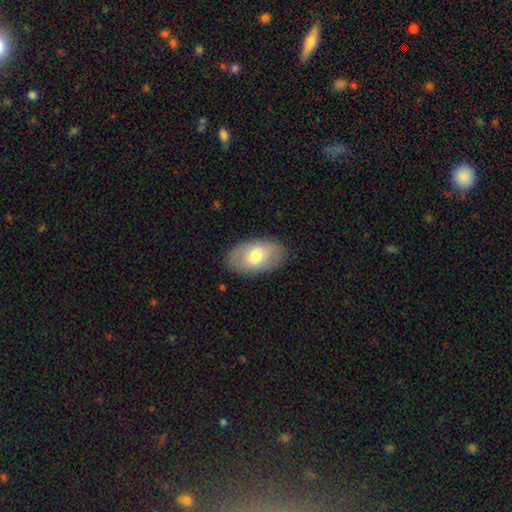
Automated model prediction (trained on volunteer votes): This appears to be a smooth galaxy with no disk features (63%) that is in between round and cigar-shaped (92%). Merging: none (84%).